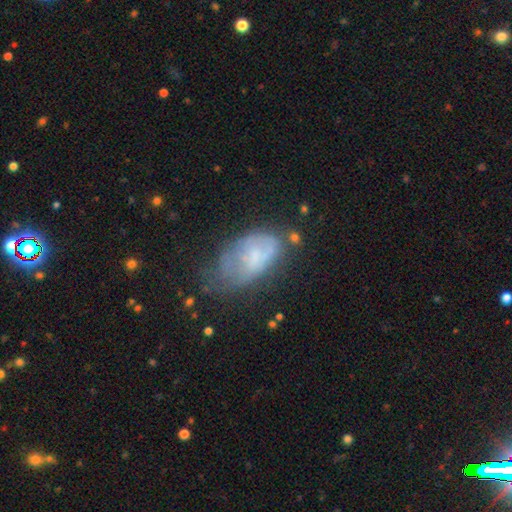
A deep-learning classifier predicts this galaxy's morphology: A smooth galaxy with no disk features (47%). Merging: minor disturbance (34%).